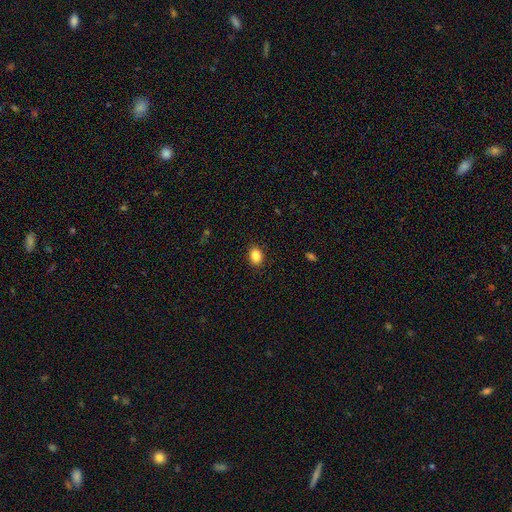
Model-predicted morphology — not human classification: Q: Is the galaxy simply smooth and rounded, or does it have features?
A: smooth — 87%.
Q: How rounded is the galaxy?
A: in between — 68%.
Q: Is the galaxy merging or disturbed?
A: none — 89%.